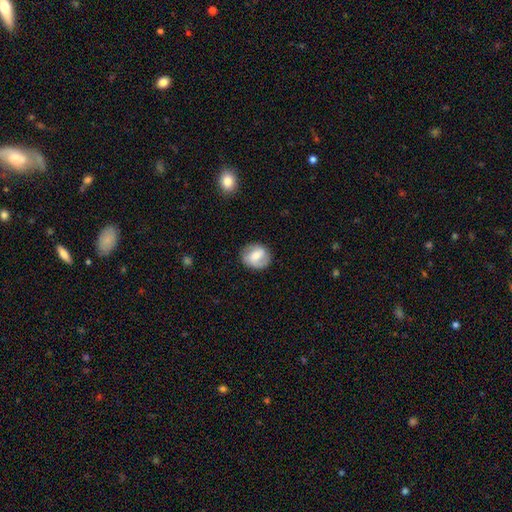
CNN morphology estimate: smooth_or_featured: featured or disk (p=0.50) [alt: smooth p=0.43]
disk_edge_on: no (p=0.96) [alt: yes p=0.04]
merging: none (p=0.81) [alt: minor disturbance p=0.13]